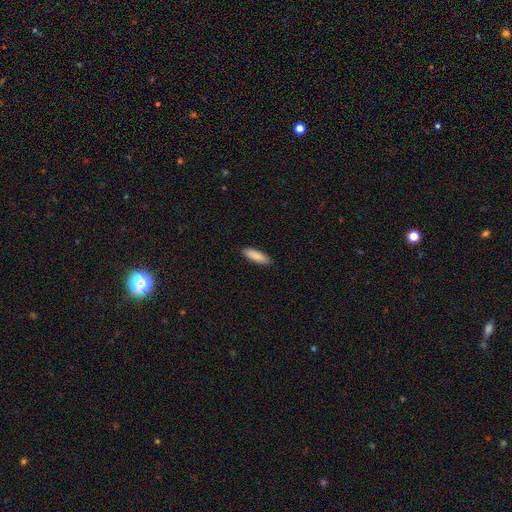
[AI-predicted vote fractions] The model was most divided on "how rounded": in between: 50%, cigar-shaped: 48%, round: 2%. More confident: merging — none (90%); smooth or featured — smooth (88%).